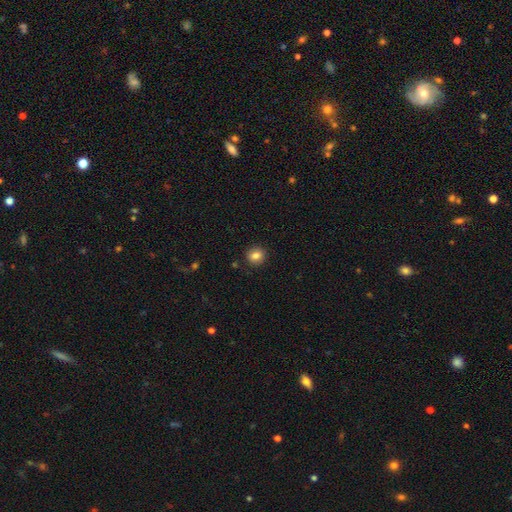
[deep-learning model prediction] smooth 83%, star or artifact 10%, featured or disk 6%. Down the decision tree: how rounded — round (80%); merging — none (90%).